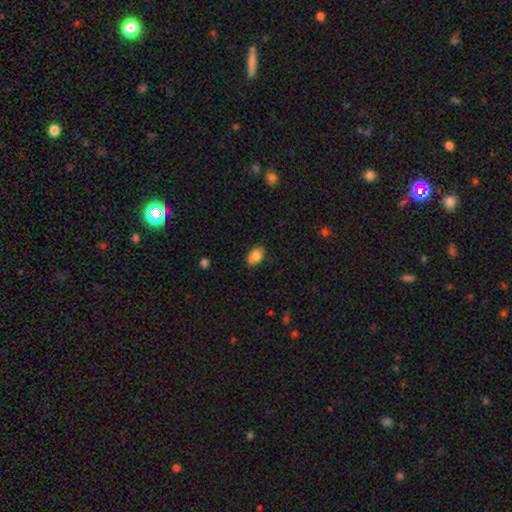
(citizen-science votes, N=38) Smooth or featured? smooth (76%)
How rounded? in between (93%)
Merging? none (74%)